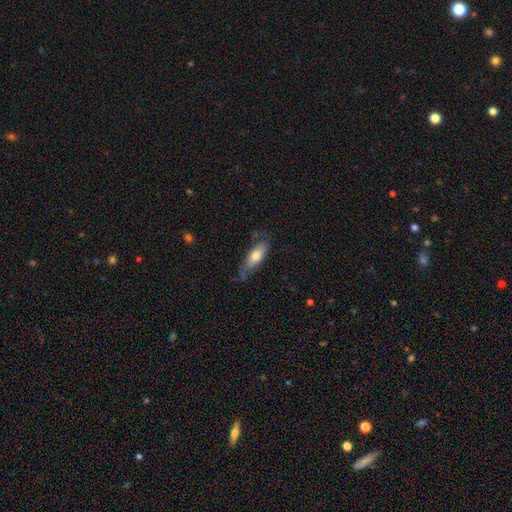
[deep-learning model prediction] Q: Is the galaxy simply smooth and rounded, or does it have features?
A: smooth — 65%.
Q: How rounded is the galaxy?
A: in between — 70%.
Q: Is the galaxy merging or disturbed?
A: none — 61%.